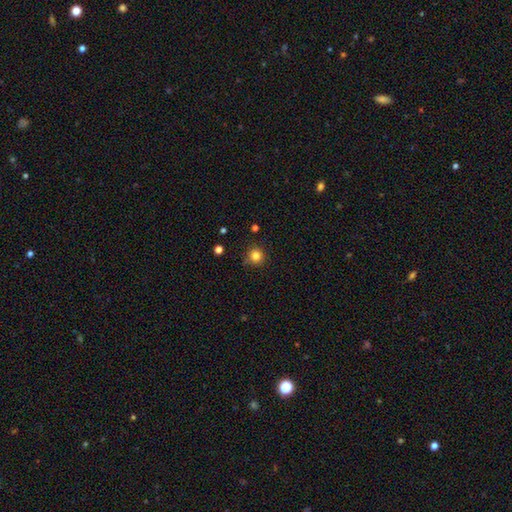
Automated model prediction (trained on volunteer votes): Smooth or featured?
  - smooth: 83% *
  - star or artifact: 12%
  - featured or disk: 5%
How rounded?
  - round: 93% *
  - in between: 6%
  - cigar-shaped: 1%
Merging?
  - none: 83% *
  - minor disturbance: 12%
  - major disturbance: 3%
  - merger: 2%